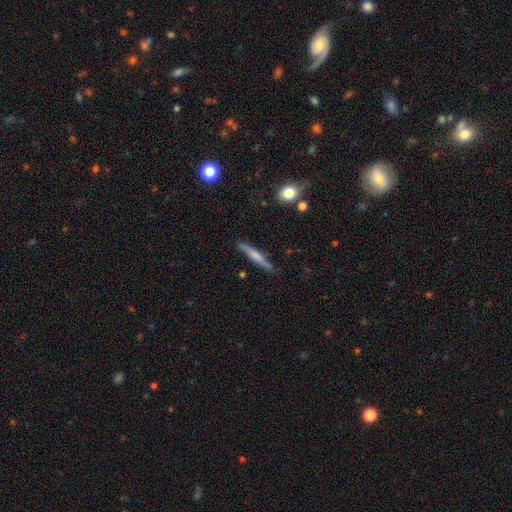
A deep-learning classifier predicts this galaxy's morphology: smooth 54%, featured or disk 40%, star or artifact 6%. Down the decision tree: how rounded — cigar-shaped (93%); merging — none (85%).